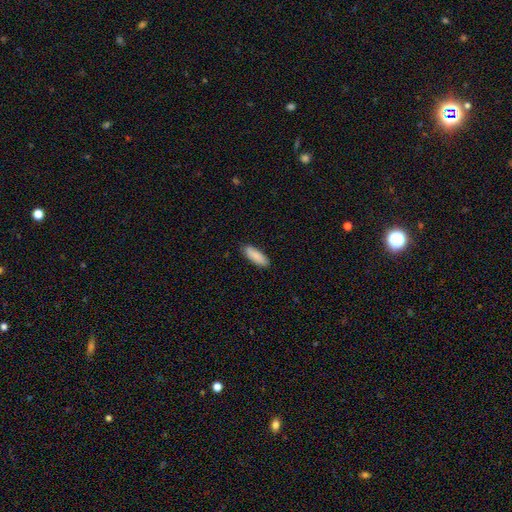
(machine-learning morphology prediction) type=smooth (89%); roundness=in between (60%); merging=none (86%).